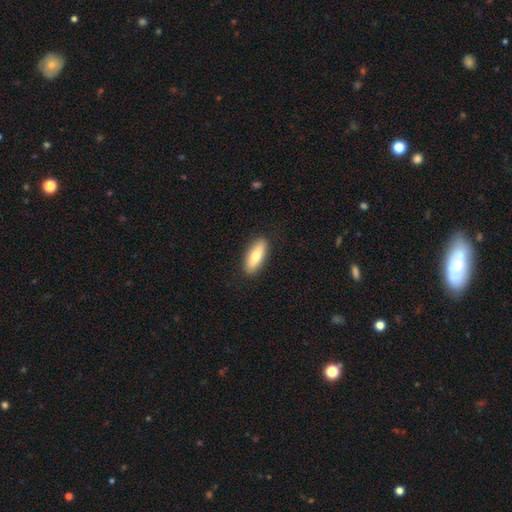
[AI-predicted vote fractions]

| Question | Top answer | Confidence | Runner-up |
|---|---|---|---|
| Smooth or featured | smooth | 72% | featured or disk (22%) |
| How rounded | in between | 62% | cigar-shaped (36%) |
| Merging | none | 89% | minor disturbance (8%) |